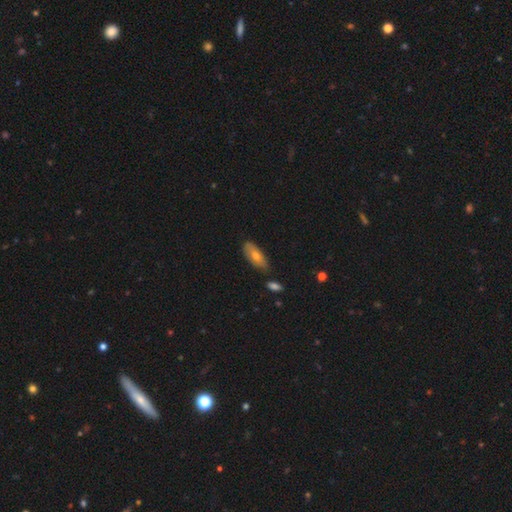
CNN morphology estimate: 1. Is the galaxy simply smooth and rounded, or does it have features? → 61% smooth, 31% featured or disk, 8% star or artifact.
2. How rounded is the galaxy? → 74% in between, 23% cigar-shaped, 3% round.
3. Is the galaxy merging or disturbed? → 77% none, 16% minor disturbance, 5% merger, 3% major disturbance.